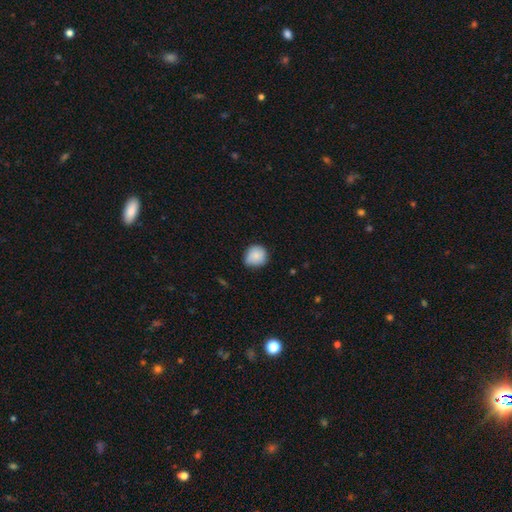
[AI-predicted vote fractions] This appears to be a smooth galaxy with no disk features (84%) that is round (86%). Merging: none (70%).